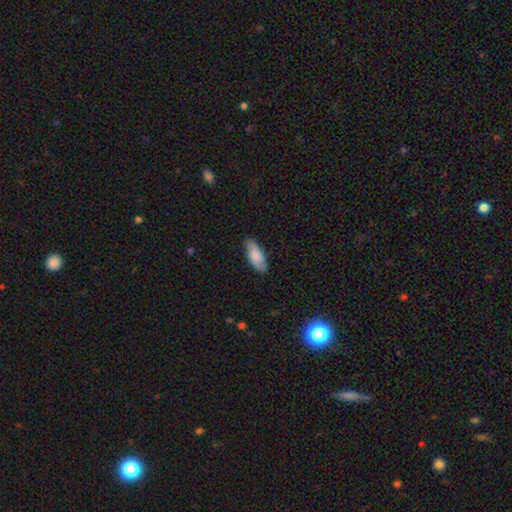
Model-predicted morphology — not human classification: The model was most divided on "how rounded": in between: 78%, cigar-shaped: 20%, round: 2%. More confident: merging — none (84%); smooth or featured — smooth (81%).